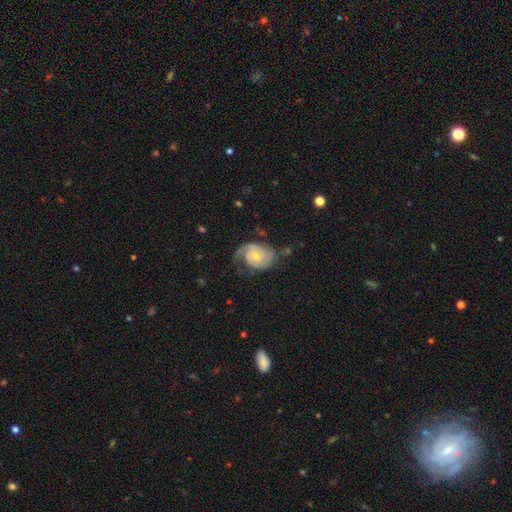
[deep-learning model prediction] Overall: featured or disk (89%). Edge-on disk: no (98%). Bar: no (61%; weak 33%). Spiral arms: yes (98%). Spiral arm count: 2 (72%). Spiral winding: tight (64%; medium 30%). Bulge size: moderate (52%; small 43%). Merging: none (66%).